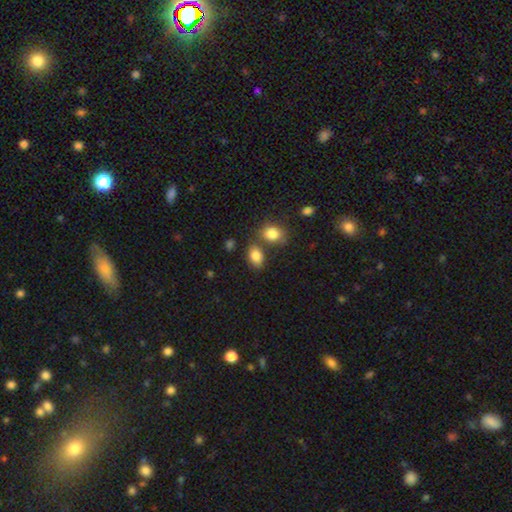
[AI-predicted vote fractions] Overall: smooth (85%). How rounded: in between (82%). Merging: none (63%).